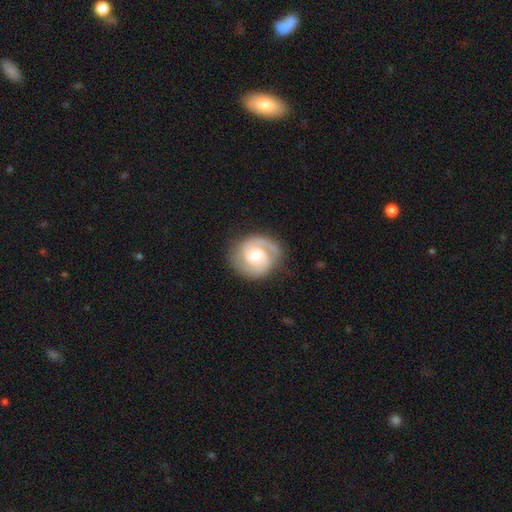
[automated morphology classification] Smooth or featured?
  - featured or disk: 84% *
  - smooth: 11%
  - star or artifact: 5%
Edge-on disk?
  - no: 98% *
  - yes: 2%
Bar?
  - no: 58% *
  - weak: 35%
  - strong: 7%
Spiral arms?
  - yes: 97% *
  - no: 3%
Spiral winding?
  - tight: 51% *
  - medium: 41%
  - loose: 8%
Spiral arm count?
  - 2: 88% *
  - can't tell: 4%
  - 1: 3%
  - 3: 3%
  - 4: 1%
  - more than 4: 1%
Bulge size?
  - moderate: 59% *
  - small: 19%
  - large: 18%
  - none: 3%
  - dominant: 2%
Merging?
  - none: 83% *
  - minor disturbance: 12%
  - major disturbance: 4%
  - merger: 1%